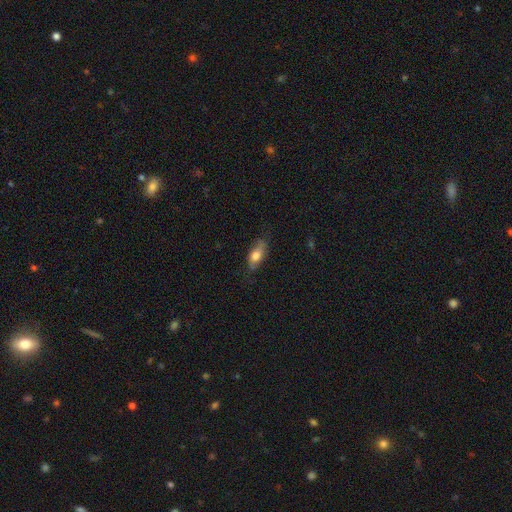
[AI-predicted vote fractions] This is likely a smooth galaxy (70%). How rounded: likely in between (79%). Merging: likely none (69%).